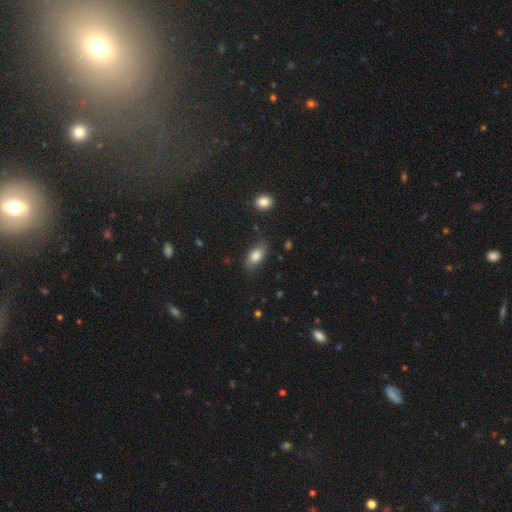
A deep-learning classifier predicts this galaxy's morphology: Smooth or featured? Predicted: smooth (p=0.80). How rounded? Predicted: in between (p=0.88). Merging? Predicted: none (p=0.76).